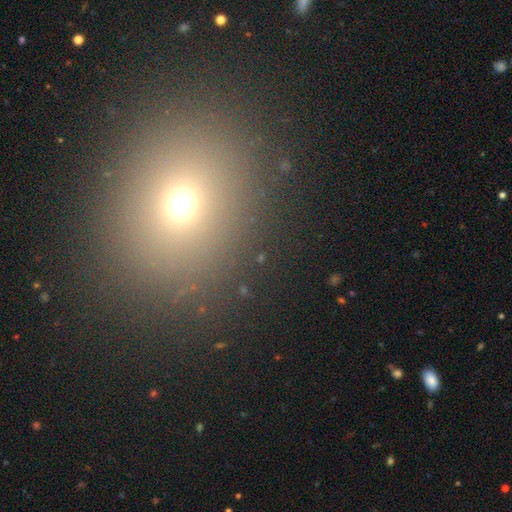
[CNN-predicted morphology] Overall: smooth (62%; star or artifact 28%). How rounded: round (64%; in between 35%). Merging: none (86%).